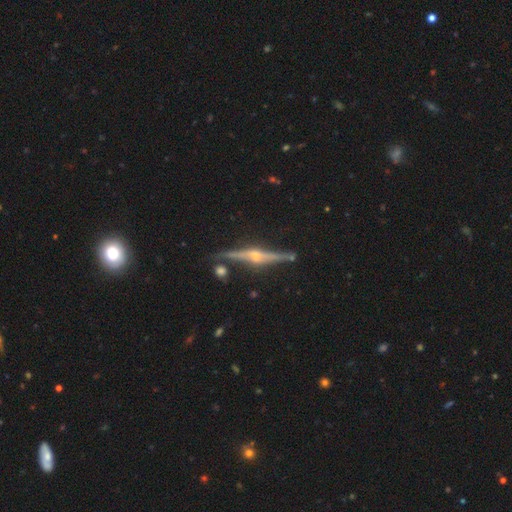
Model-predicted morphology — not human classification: Smooth or featured? Predicted: featured or disk (p=0.88). Edge-on disk? Predicted: yes (p=0.98). Edge-on bulge? Predicted: rounded (p=0.93). Merging? Predicted: none (p=0.85).